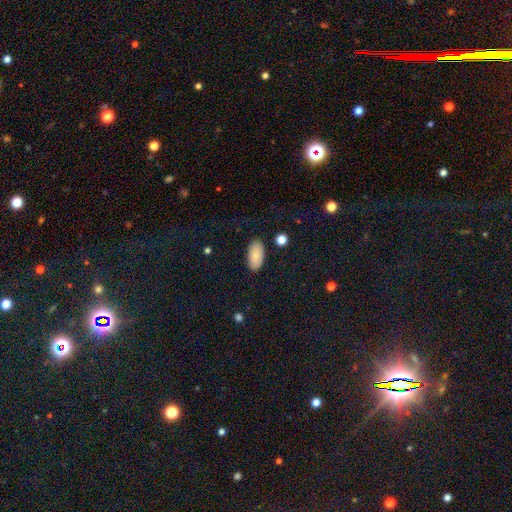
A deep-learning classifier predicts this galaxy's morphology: Q: Smooth or featured?
A: smooth (85%); runner-up: featured or disk (9%)
Q: How rounded?
A: in between (94%); runner-up: cigar-shaped (4%)
Q: Merging?
A: none (87%); runner-up: minor disturbance (9%)